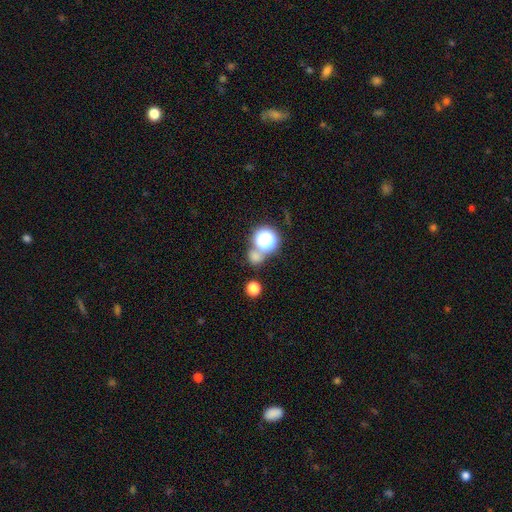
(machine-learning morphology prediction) Q: Smooth or featured?
A: smooth (63%); runner-up: star or artifact (29%)
Q: How rounded?
A: round (79%); runner-up: in between (20%)
Q: Merging?
A: none (57%); runner-up: merger (30%)